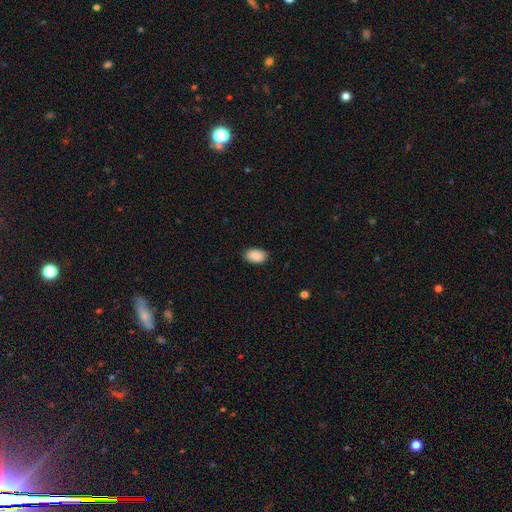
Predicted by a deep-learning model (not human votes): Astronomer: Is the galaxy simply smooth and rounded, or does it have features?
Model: smooth — 90%.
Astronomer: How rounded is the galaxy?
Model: in between — 91%.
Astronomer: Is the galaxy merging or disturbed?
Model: none — 88%.